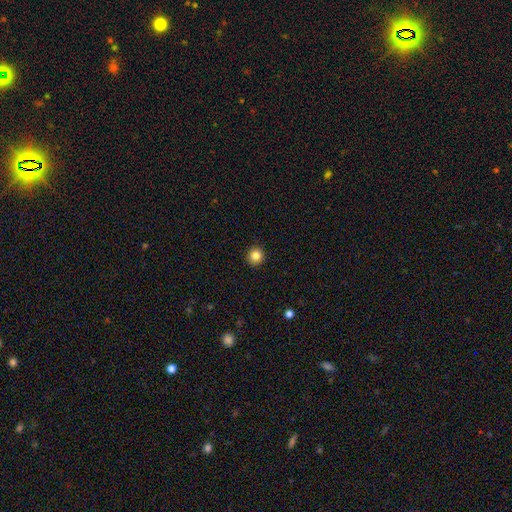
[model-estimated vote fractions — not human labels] smooth_or_featured: smooth (p=0.84) [alt: star or artifact p=0.11]
how_rounded: round (p=0.91) [alt: in between p=0.08]
merging: none (p=0.92) [alt: minor disturbance p=0.05]